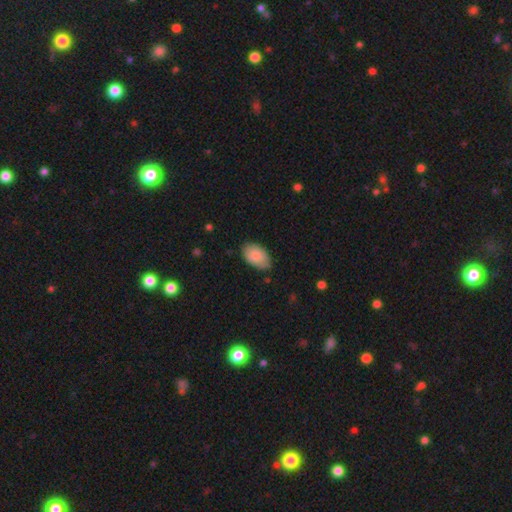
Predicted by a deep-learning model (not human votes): smooth-or-featured: smooth: 87% | featured or disk: 8% | star or artifact: 6%
  how-rounded: in between: 93% | round: 6% | cigar-shaped: 1%
  merging: none: 77% | minor disturbance: 18% | major disturbance: 3% | merger: 1%